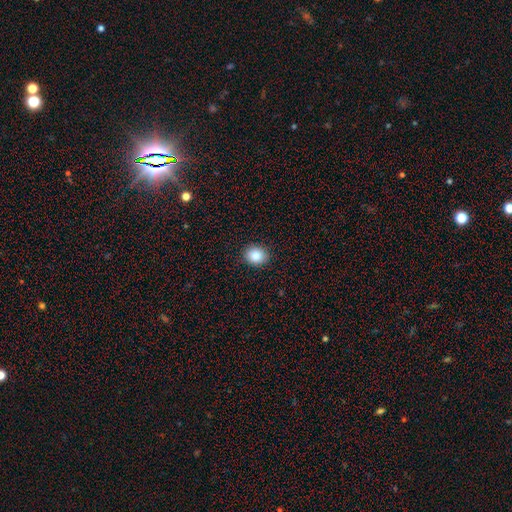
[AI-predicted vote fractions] Smooth or featured? smooth (87%)
How rounded? round (60%)
Merging? none (90%)